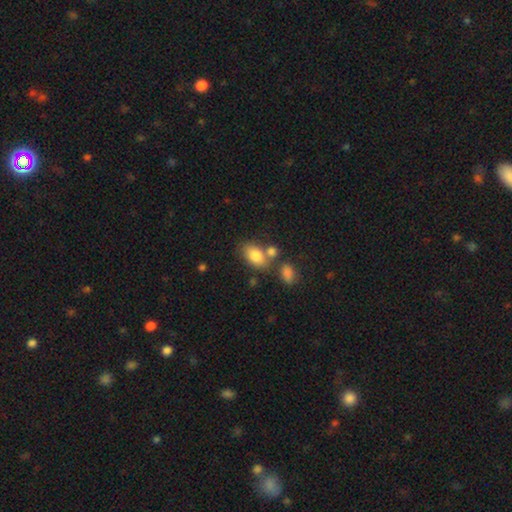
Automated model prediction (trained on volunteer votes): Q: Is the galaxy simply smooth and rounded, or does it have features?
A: smooth — 81%.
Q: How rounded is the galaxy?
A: in between — 87%.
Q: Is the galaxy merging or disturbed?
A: none — 54%.